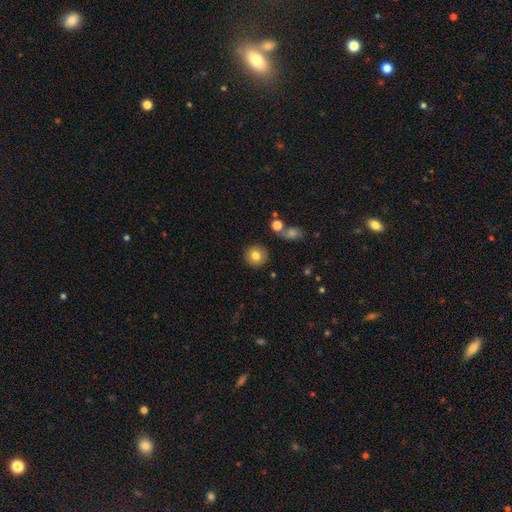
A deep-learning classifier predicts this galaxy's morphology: Smooth or featured? Predicted: smooth (p=0.80). How rounded? Predicted: round (p=0.93). Merging? Predicted: none (p=0.89).